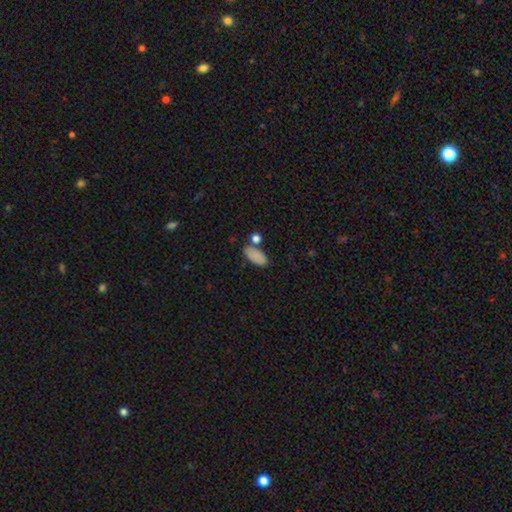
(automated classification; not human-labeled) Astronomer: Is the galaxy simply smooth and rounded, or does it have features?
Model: smooth — 86%.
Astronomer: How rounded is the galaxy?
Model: in between — 90%.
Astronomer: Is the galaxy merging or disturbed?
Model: none — 68%.